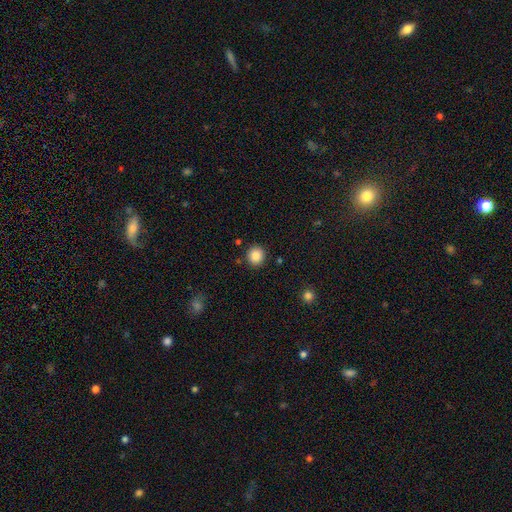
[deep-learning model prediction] This is clearly a smooth galaxy (87%). How rounded: clearly round (92%). Merging: clearly none (89%).